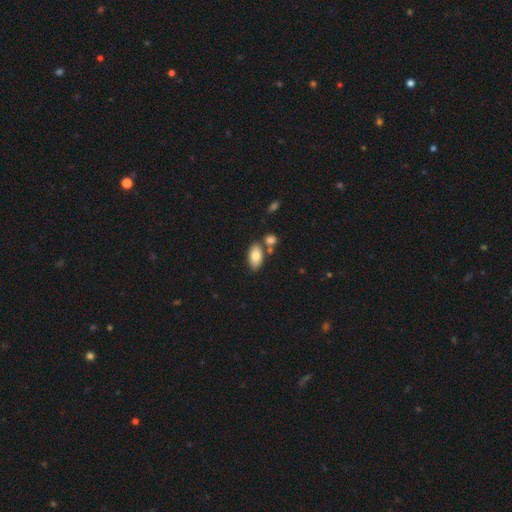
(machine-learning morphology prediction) type=smooth (81%); roundness=in between (93%); merging=none (65%).